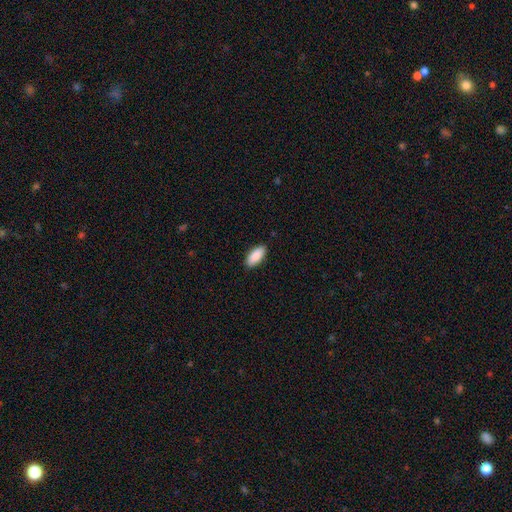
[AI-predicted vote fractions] This appears to be a smooth galaxy with no disk features (89%) that is in between round and cigar-shaped (86%). Merging: none (89%).